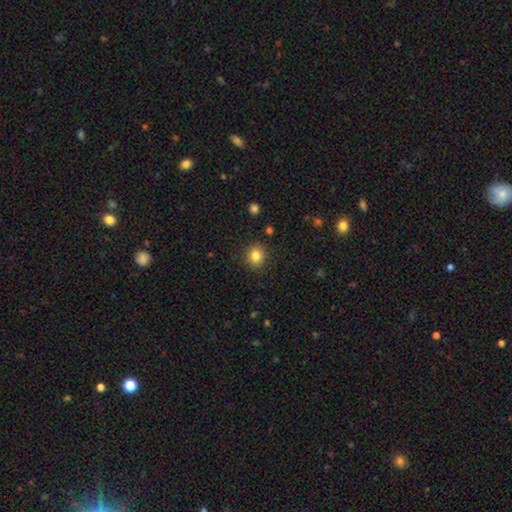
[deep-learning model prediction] A smooth galaxy with no disk features (83%) that is round (81%). Merging: none (90%).